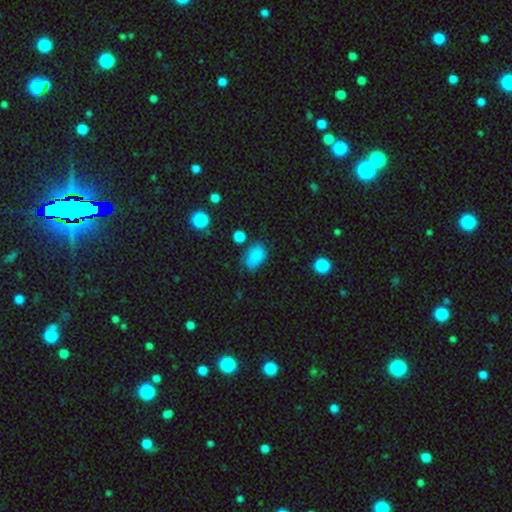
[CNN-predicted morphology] smooth 81%, star or artifact 12%, featured or disk 6%. Down the decision tree: how rounded — in between (83%); merging — none (54%).